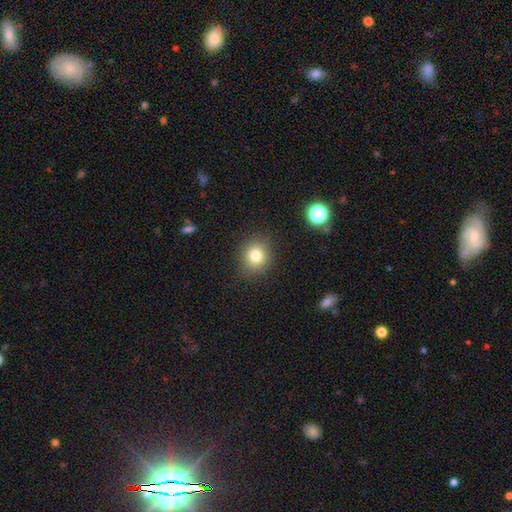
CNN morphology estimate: A smooth galaxy with no disk features (79%) that is round (72%).

Vote fractions:
- Smooth or featured? smooth: 79% / star or artifact: 13% / featured or disk: 9%
- How rounded? round: 72% / in between: 27% / cigar-shaped: 1%
- Merging? none: 87% / minor disturbance: 9% / major disturbance: 3% / merger: 1%